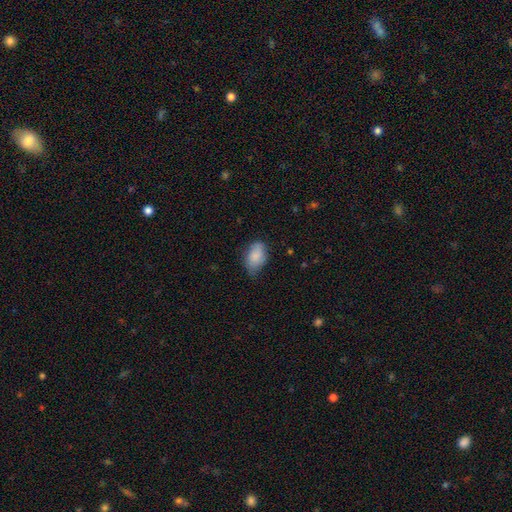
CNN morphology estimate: A smooth galaxy with no disk features (84%) that is in between round and cigar-shaped (91%).

Vote fractions:
- Smooth or featured? smooth: 84% / featured or disk: 9% / star or artifact: 7%
- How rounded? in between: 91% / round: 8% / cigar-shaped: 2%
- Merging? none: 60% / minor disturbance: 32% / major disturbance: 6% / merger: 1%